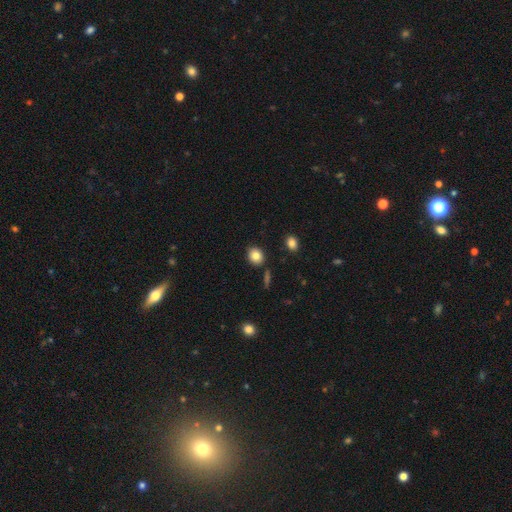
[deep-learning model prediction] Morphology: type=smooth (84%); roundness=round (60%); merging=none (86%).